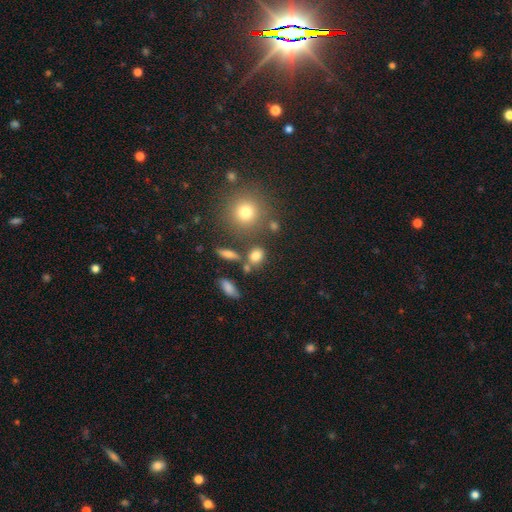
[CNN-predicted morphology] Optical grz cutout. It shows a smooth galaxy with no disk features (76%) that is round (50%). Merging: none (68%).